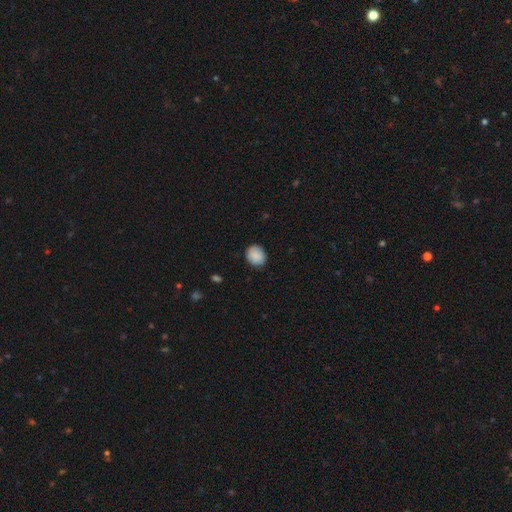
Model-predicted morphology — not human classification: type=smooth (88%); roundness=round (66%); merging=none (84%).